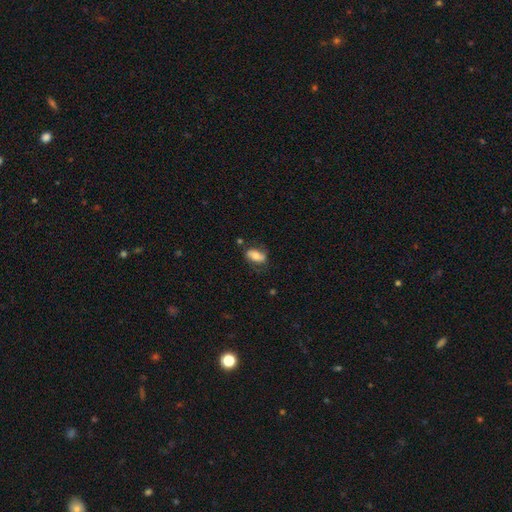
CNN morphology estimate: Q: Smooth or featured?
A: smooth (60%); runner-up: featured or disk (33%)
Q: How rounded?
A: in between (86%); runner-up: round (7%)
Q: Merging?
A: none (67%); runner-up: minor disturbance (22%)